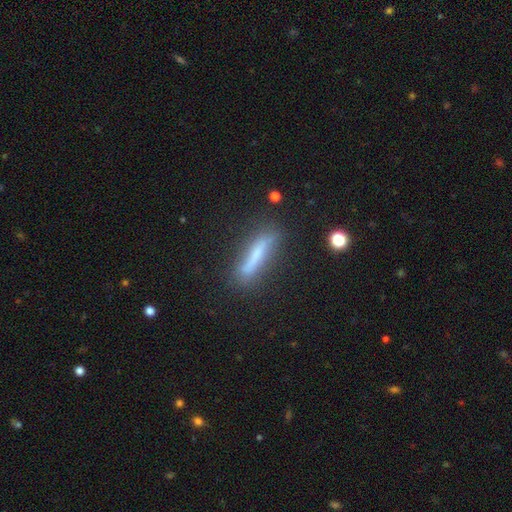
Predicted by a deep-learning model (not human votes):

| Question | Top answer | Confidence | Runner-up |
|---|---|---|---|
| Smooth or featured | smooth | 52% | featured or disk (39%) |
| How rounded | cigar-shaped | 89% | in between (9%) |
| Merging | none | 77% | minor disturbance (16%) |